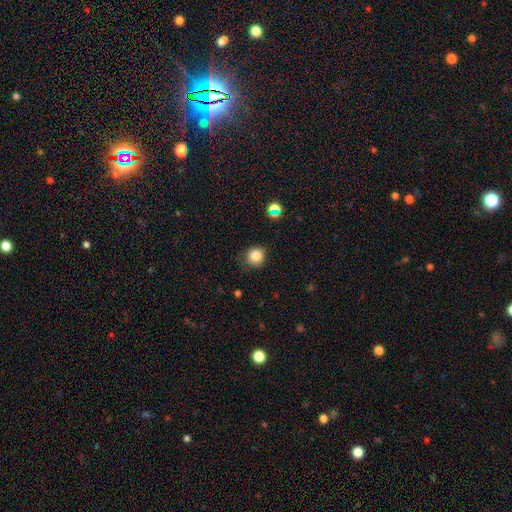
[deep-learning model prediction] Smooth or featured: smooth — 83% (star or artifact — 12%)
How rounded: round — 87% (in between — 12%)
Merging: none — 80% (minor disturbance — 15%)